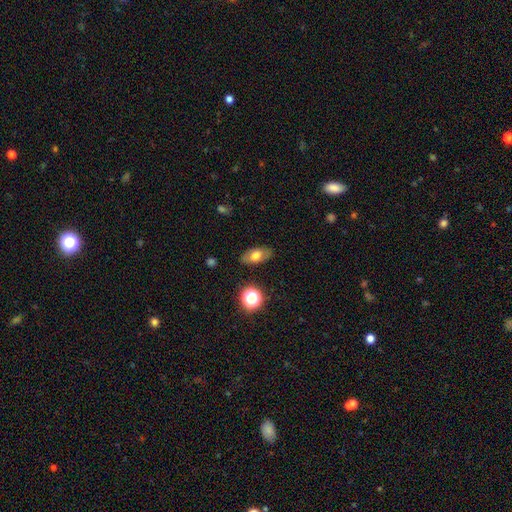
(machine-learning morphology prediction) Q: Smooth or featured?
A: smooth (65%); runner-up: featured or disk (25%)
Q: How rounded?
A: in between (87%); runner-up: round (9%)
Q: Merging?
A: none (83%); runner-up: minor disturbance (12%)